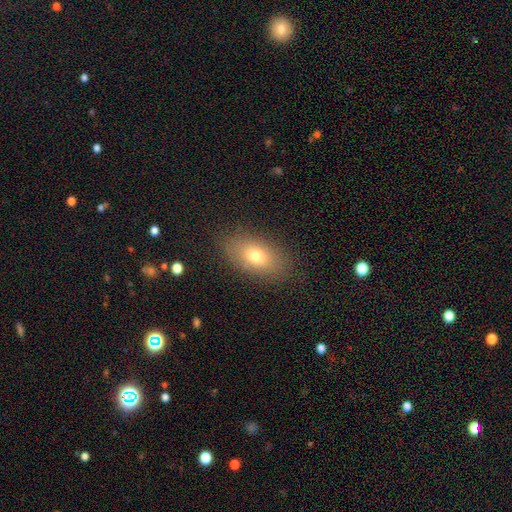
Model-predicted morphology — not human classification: type=smooth (73%); roundness=in between (88%); merging=none (84%).